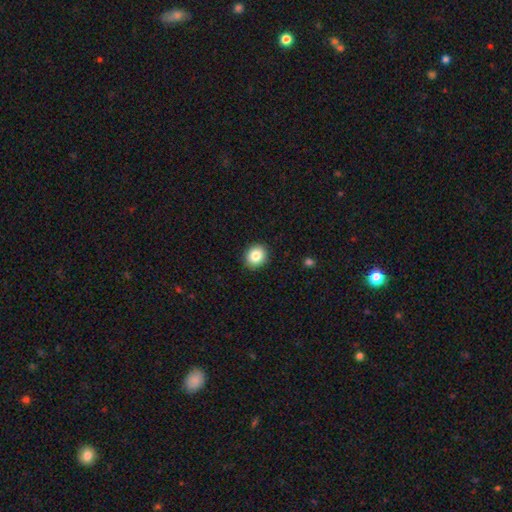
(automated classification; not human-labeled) A smooth galaxy with no disk features (85%) that is round (69%).

Vote fractions:
- Smooth or featured? smooth: 85% / star or artifact: 9% / featured or disk: 6%
- How rounded? round: 69% / in between: 30% / cigar-shaped: 1%
- Merging? none: 91% / minor disturbance: 7% / major disturbance: 2% / merger: 1%